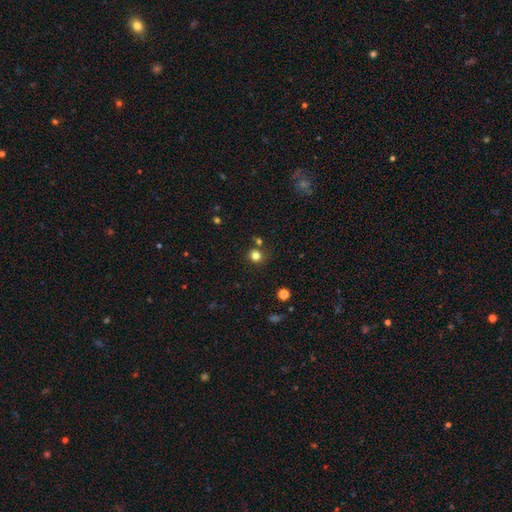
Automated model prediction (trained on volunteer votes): smooth 79%, star or artifact 15%, featured or disk 5%. Down the decision tree: how rounded — round (91%); merging — none (79%).